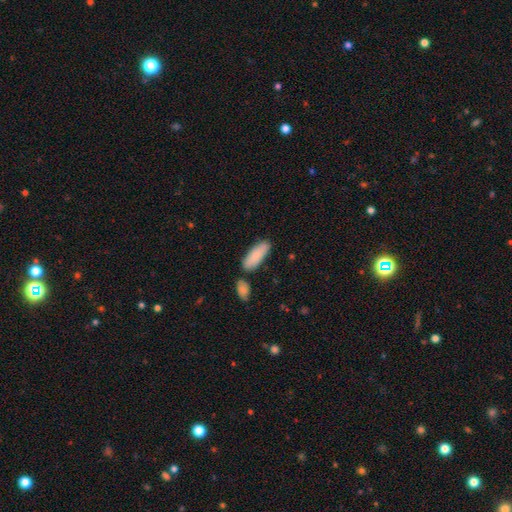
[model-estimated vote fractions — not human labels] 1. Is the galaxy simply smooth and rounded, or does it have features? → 86% smooth, 9% featured or disk, 6% star or artifact.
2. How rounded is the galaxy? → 71% in between, 27% cigar-shaped, 2% round.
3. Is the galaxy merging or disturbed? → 74% none, 14% minor disturbance, 9% merger, 3% major disturbance.